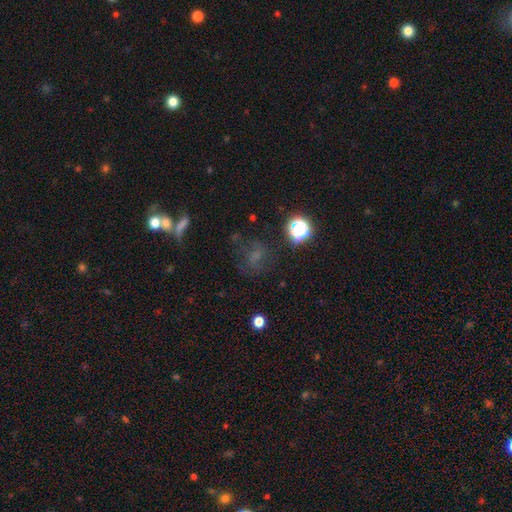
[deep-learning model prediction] The model was most divided on "smooth or featured": smooth: 48%, star or artifact: 31%, featured or disk: 21%. More confident: merging — none (59%).